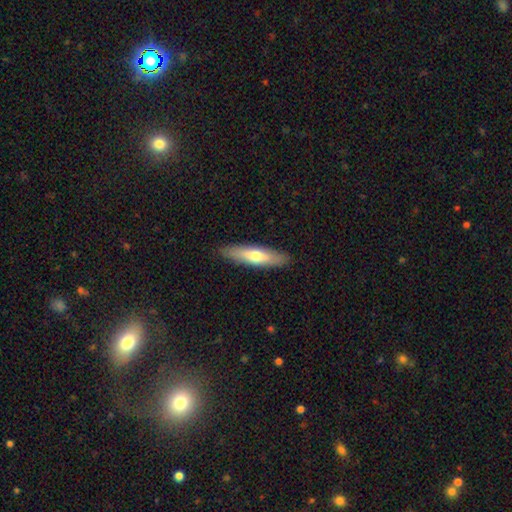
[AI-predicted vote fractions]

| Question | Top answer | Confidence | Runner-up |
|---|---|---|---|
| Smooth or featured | smooth | 59% | featured or disk (36%) |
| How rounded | cigar-shaped | 73% | in between (25%) |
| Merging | none | 89% | minor disturbance (8%) |